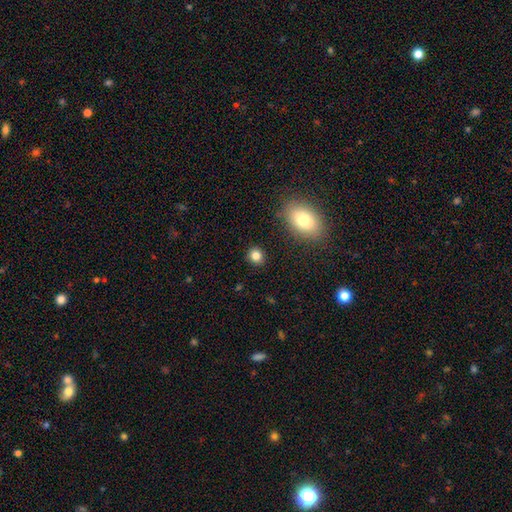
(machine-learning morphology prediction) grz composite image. It shows a smooth galaxy with no disk features (83%) that is round (82%). Merging: none (90%).